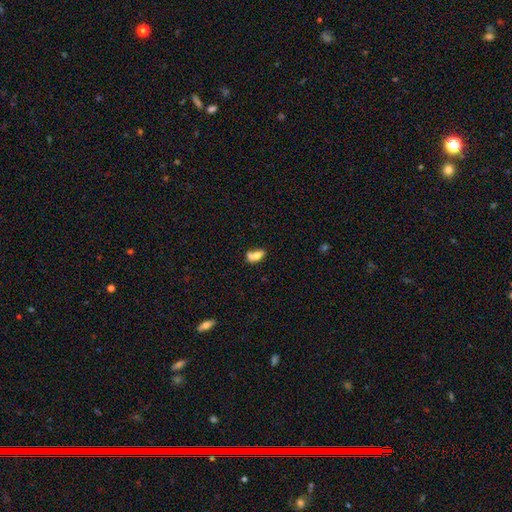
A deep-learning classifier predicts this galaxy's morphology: A smooth galaxy with no disk features (70%) that is in between round and cigar-shaped (80%).

Vote fractions:
- Smooth or featured? smooth: 70% / featured or disk: 21% / star or artifact: 9%
- How rounded? in between: 80% / round: 15% / cigar-shaped: 5%
- Merging? merger: 50% / none: 29% / minor disturbance: 14% / major disturbance: 8%